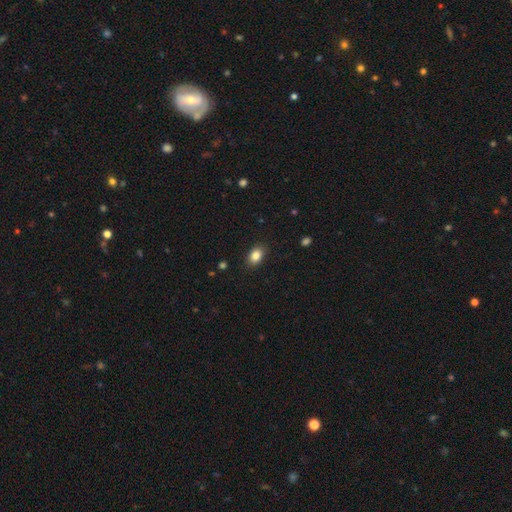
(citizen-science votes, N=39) smooth-or-featured: smooth: 90% | star or artifact: 8% | featured or disk: 3%
  how-rounded: in between: 86% | round: 14% | cigar-shaped: 0%
  merging: none: 83% | minor disturbance: 14% | major disturbance: 3% | merger: 0%